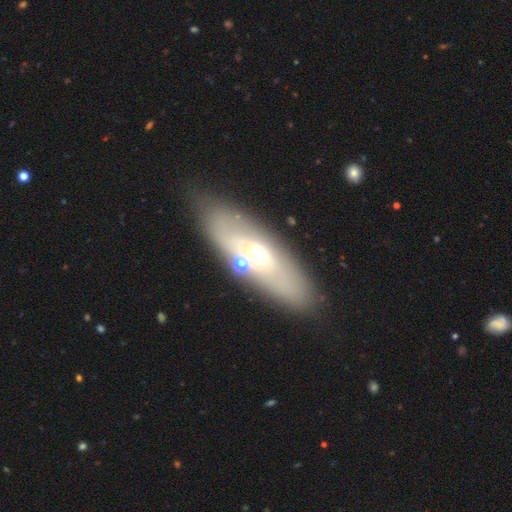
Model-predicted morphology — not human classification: Q: Smooth or featured?
A: featured or disk (45%); tied with: smooth (45%)
Q: Merging?
A: none (74%); runner-up: minor disturbance (12%)